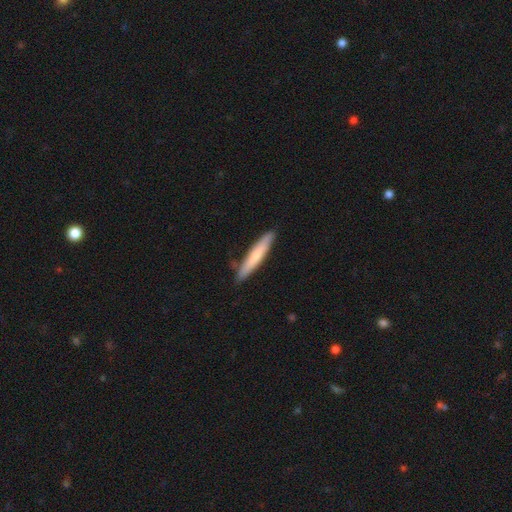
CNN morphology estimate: Smooth or featured? Predicted: smooth (p=0.67). How rounded? Predicted: cigar-shaped (p=0.93). Merging? Predicted: none (p=0.86).